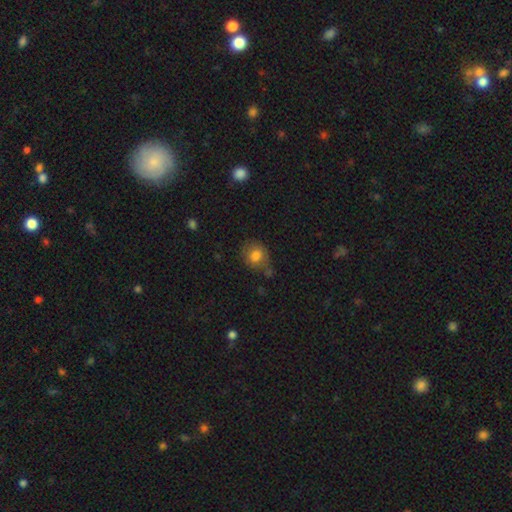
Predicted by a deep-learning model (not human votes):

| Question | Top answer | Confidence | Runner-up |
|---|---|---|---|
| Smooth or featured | smooth | 79% | featured or disk (11%) |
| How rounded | round | 70% | in between (29%) |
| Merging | none | 63% | minor disturbance (22%) |